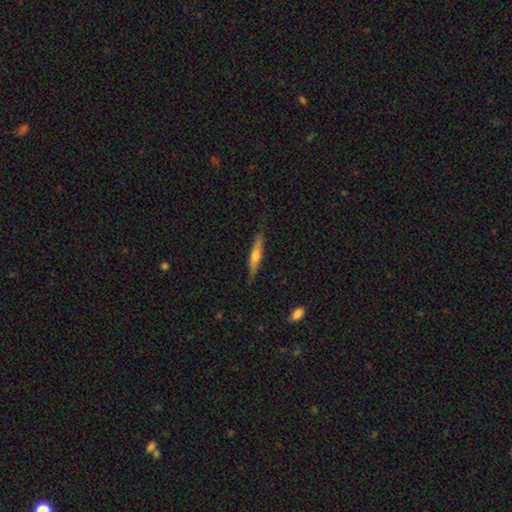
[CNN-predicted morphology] Smooth or featured? featured or disk (48%)
Merging? none (85%)